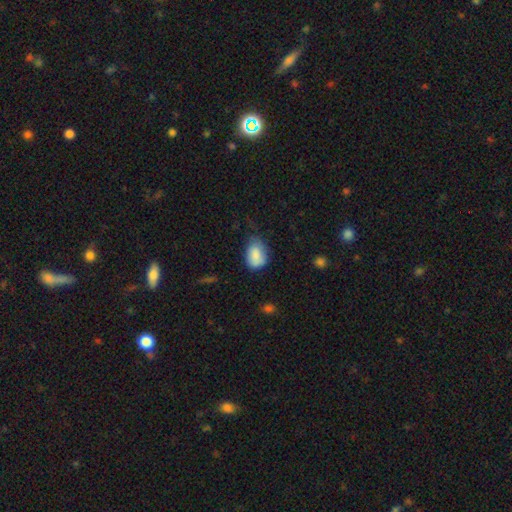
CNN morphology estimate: Overall: smooth (85%). How rounded: in between (84%). Merging: none (48%; minor disturbance 39%).